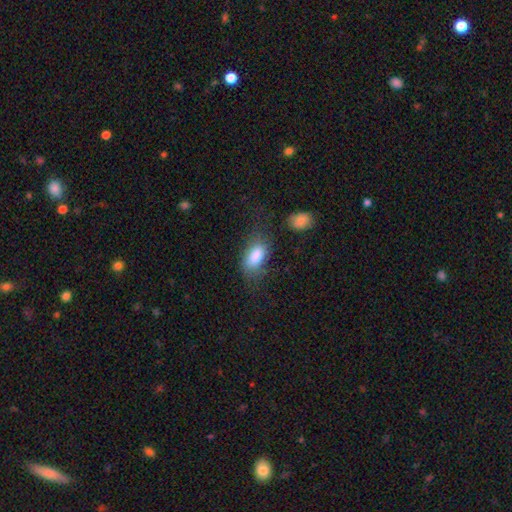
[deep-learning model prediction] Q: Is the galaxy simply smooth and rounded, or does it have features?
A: smooth — 83%.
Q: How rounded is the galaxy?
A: in between — 91%.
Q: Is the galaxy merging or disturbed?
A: none — 58%.